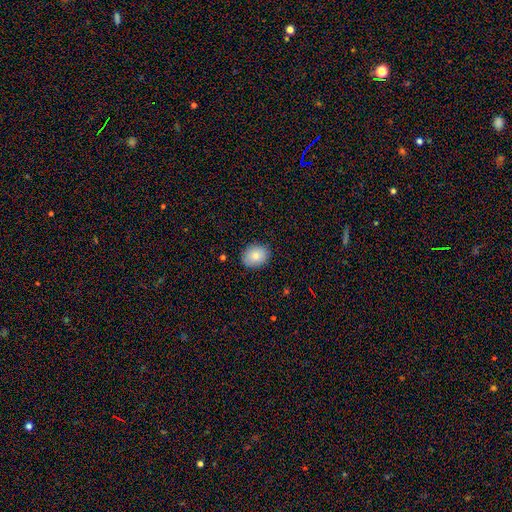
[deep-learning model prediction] smooth 80%, featured or disk 12%, star or artifact 8%. Down the decision tree: how rounded — in between (56%); merging — none (87%).